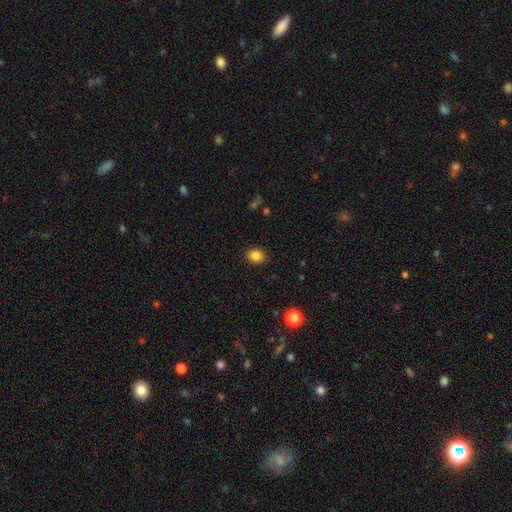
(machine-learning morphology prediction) smooth 85%, star or artifact 11%, featured or disk 4%. Down the decision tree: how rounded — round (58%); merging — none (89%).